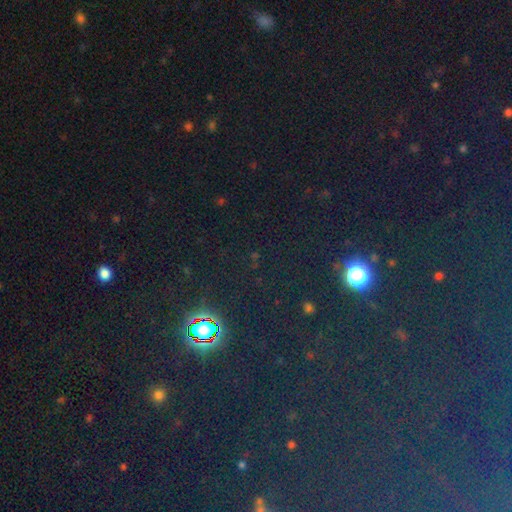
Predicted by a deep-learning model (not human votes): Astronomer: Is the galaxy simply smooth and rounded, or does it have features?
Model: star or artifact — 79%.